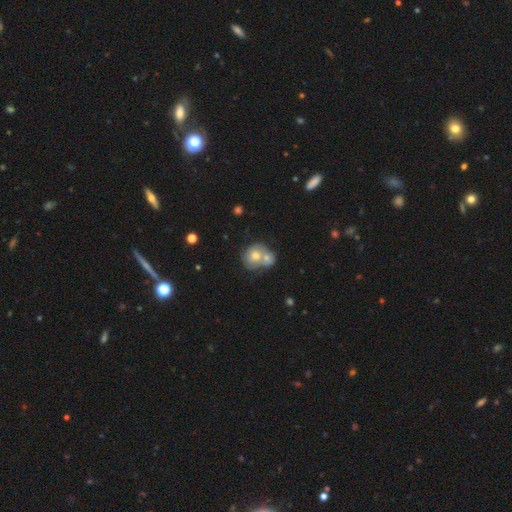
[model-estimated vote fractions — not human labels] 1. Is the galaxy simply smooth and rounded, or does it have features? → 56% smooth, 35% featured or disk, 9% star or artifact.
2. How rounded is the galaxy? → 73% round, 25% in between, 1% cigar-shaped.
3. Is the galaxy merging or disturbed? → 61% merger, 26% none, 9% minor disturbance, 4% major disturbance.